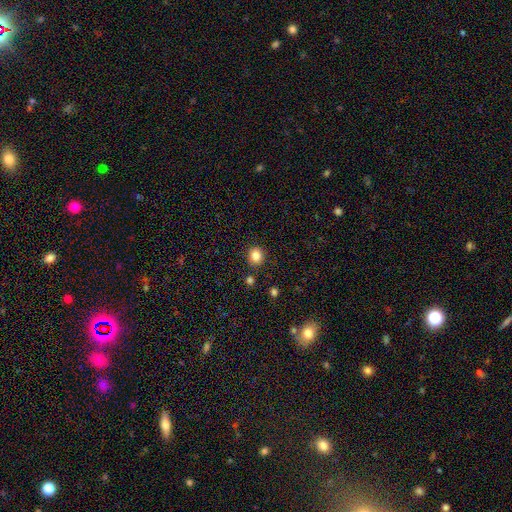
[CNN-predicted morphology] smooth_or_featured: smooth (p=0.84) [alt: star or artifact p=0.11]
how_rounded: round (p=0.82) [alt: in between p=0.17]
merging: none (p=0.87) [alt: minor disturbance p=0.07]